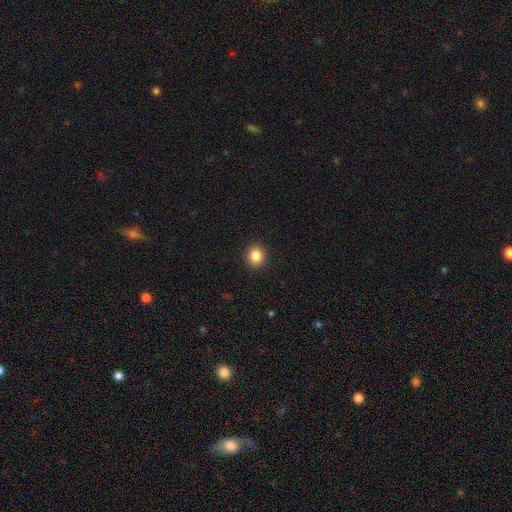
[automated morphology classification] Overall: smooth (86%). How rounded: round (82%). Merging: none (92%).